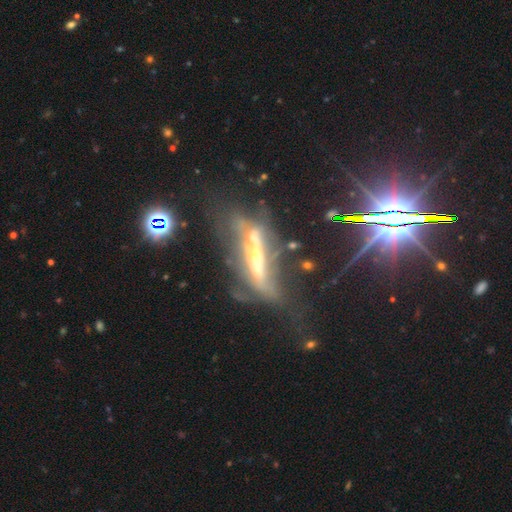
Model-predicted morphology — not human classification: Overall: featured or disk (72%). Edge-on disk: yes (55%; no 45%). Merging: none (37%; major disturbance 32%).